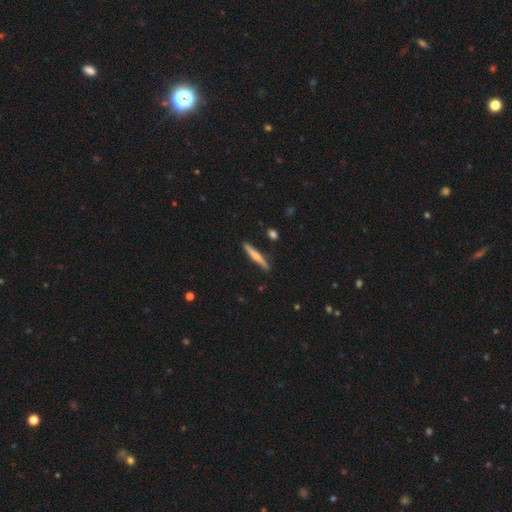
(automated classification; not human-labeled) A smooth galaxy with no disk features (49%).

Vote fractions:
- Smooth or featured? smooth: 49% / featured or disk: 45% / star or artifact: 6%
- Merging? none: 88% / minor disturbance: 8% / merger: 2% / major disturbance: 2%